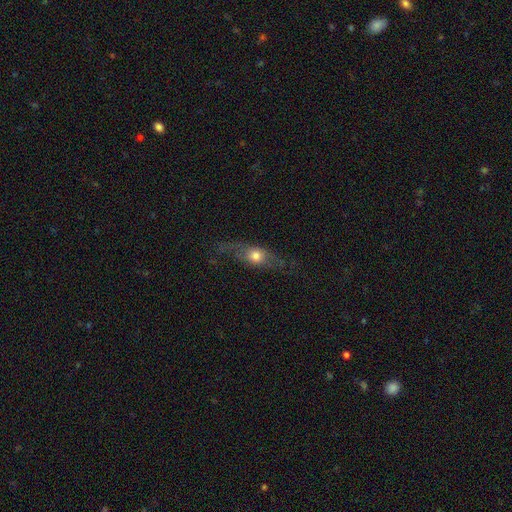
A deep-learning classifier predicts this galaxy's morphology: This is possibly a featured or disk galaxy (48%). Merging: likely none (67%).